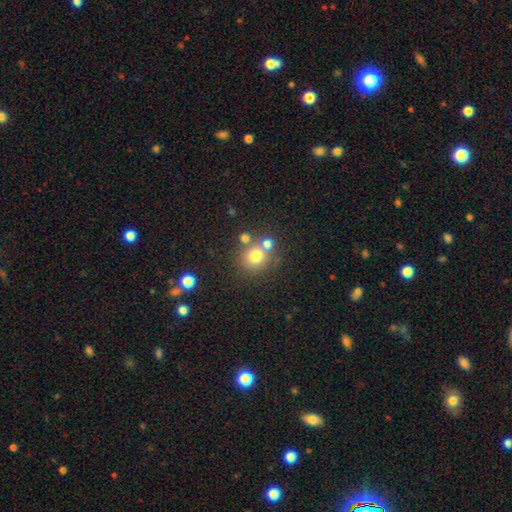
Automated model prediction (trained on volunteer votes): smooth 74%, star or artifact 14%, featured or disk 12%. Down the decision tree: how rounded — round (86%); merging — none (62%).